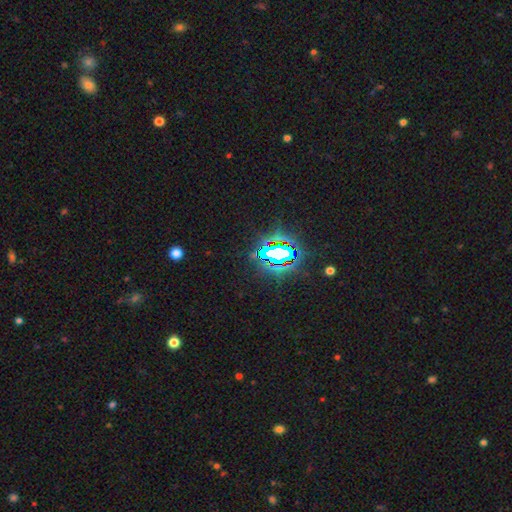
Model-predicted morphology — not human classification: Smooth or featured? star or artifact (77%)